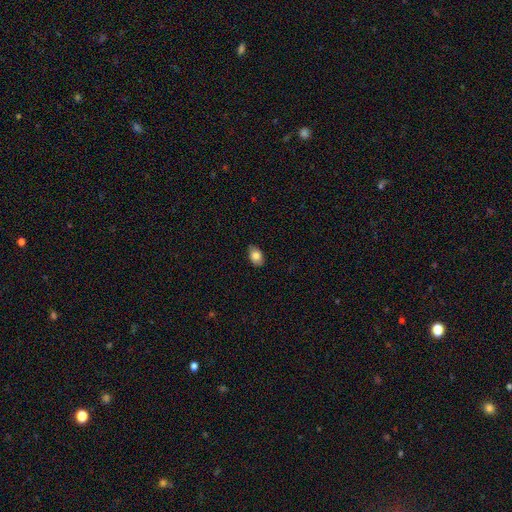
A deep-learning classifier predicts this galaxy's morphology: Q: Smooth or featured?
A: smooth (84%); runner-up: featured or disk (9%)
Q: How rounded?
A: in between (89%); runner-up: round (10%)
Q: Merging?
A: none (86%); runner-up: minor disturbance (11%)